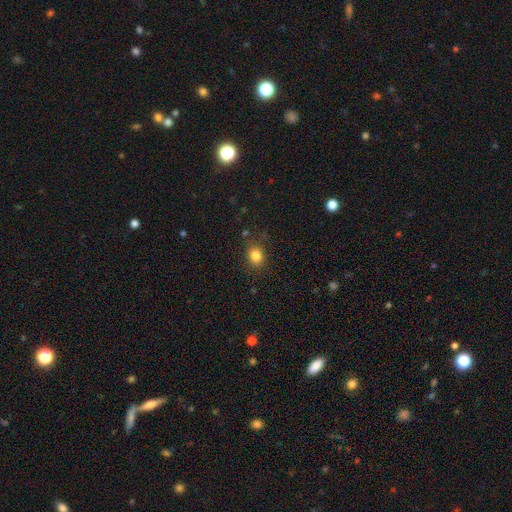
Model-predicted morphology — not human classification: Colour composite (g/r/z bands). It shows a smooth galaxy with no disk features (83%) that is round (60%). Merging: none (82%).